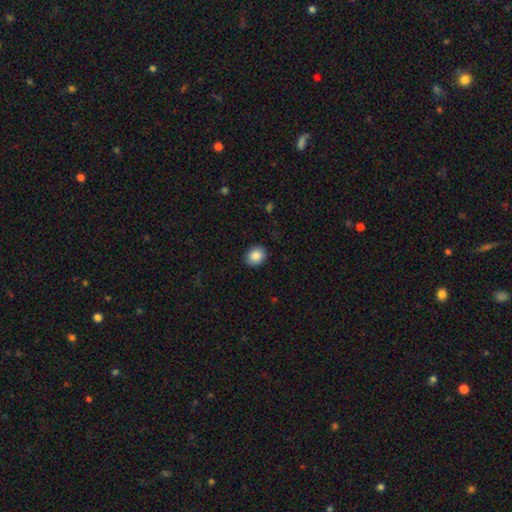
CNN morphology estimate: Overall: smooth (87%). How rounded: round (58%; in between 41%). Merging: none (90%).